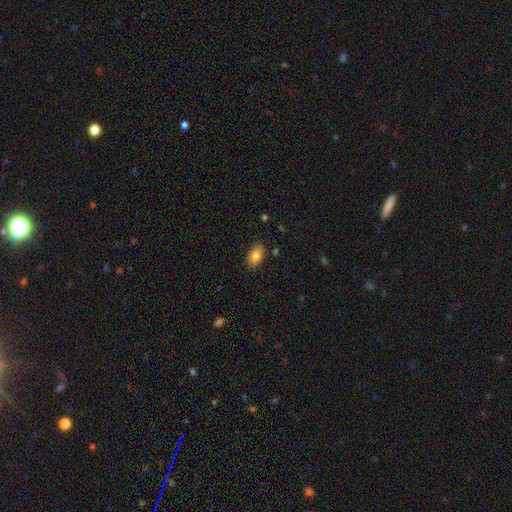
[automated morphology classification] smooth_or_featured: smooth (p=0.82) [alt: featured or disk p=0.10]
how_rounded: in between (p=0.92) [alt: round p=0.07]
merging: none (p=0.87) [alt: minor disturbance p=0.10]